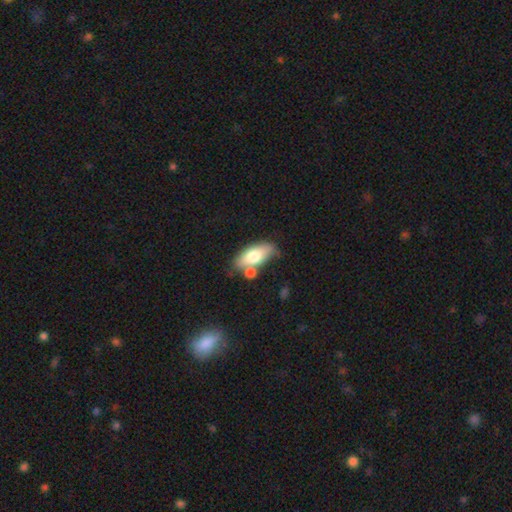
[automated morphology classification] smooth 69%, featured or disk 24%, star or artifact 7%. Down the decision tree: how rounded — in between (83%); merging — none (61%).